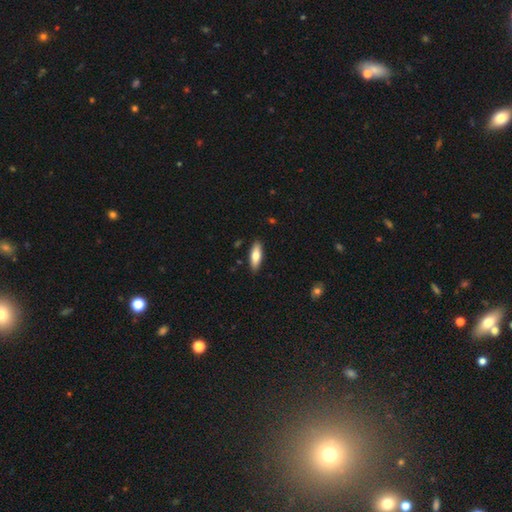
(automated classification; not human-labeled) smooth-or-featured: smooth: 73% | featured or disk: 21% | star or artifact: 6%
  how-rounded: in between: 57% | cigar-shaped: 41% | round: 2%
  merging: none: 89% | minor disturbance: 8% | major disturbance: 2% | merger: 1%